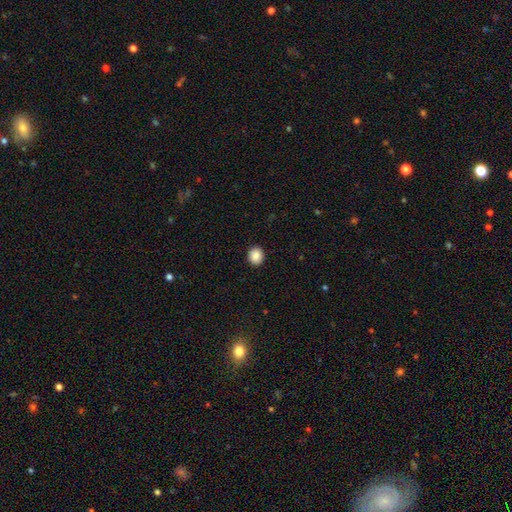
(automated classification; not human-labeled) Q: Smooth or featured?
A: smooth (89%); runner-up: star or artifact (9%)
Q: How rounded?
A: round (79%); runner-up: in between (20%)
Q: Merging?
A: none (92%); runner-up: minor disturbance (6%)